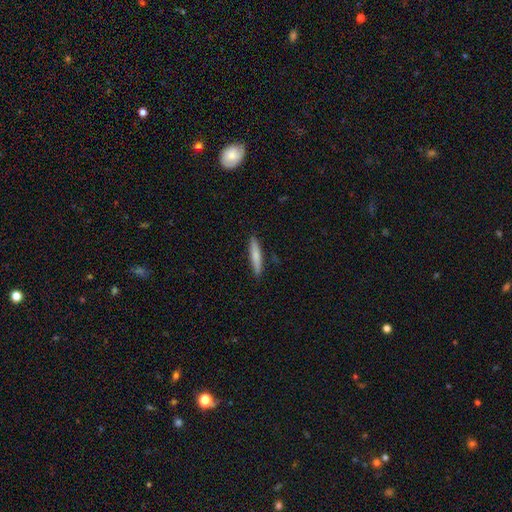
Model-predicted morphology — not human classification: This is likely a smooth galaxy (73%). How rounded: clearly cigar-shaped (90%). Merging: clearly none (90%).